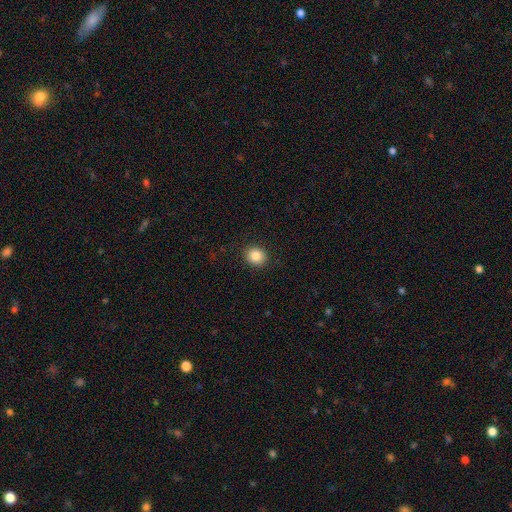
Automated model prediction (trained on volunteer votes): smooth 85%, star or artifact 10%, featured or disk 5%. Down the decision tree: how rounded — round (80%); merging — none (91%).